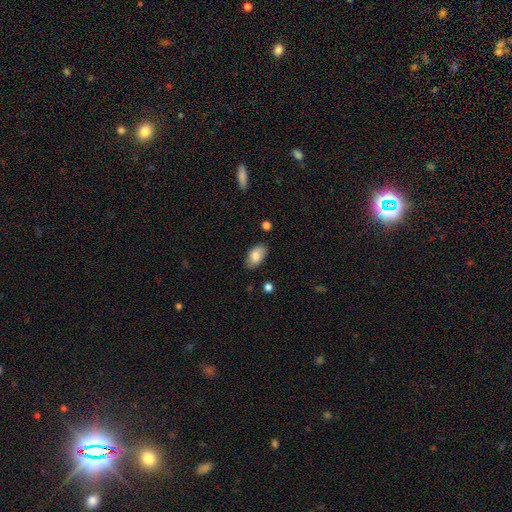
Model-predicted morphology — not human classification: Smooth or featured: smooth — 82% (featured or disk — 11%)
How rounded: in between — 93% (round — 5%)
Merging: none — 82% (minor disturbance — 14%)